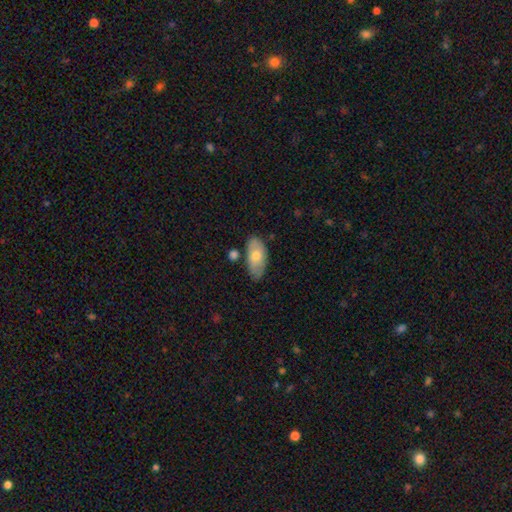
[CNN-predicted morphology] Smooth or featured? Predicted: smooth (p=0.68). How rounded? Predicted: in between (p=0.92). Merging? Predicted: none (p=0.72).